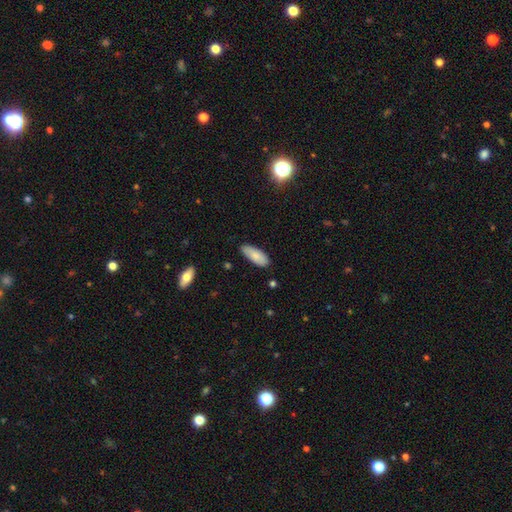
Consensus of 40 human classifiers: smooth_or_featured: smooth (p=0.80) [alt: featured or disk p=0.15]
how_rounded: in between (p=0.81) [alt: cigar-shaped p=0.19]
merging: none (p=0.76) [alt: minor disturbance p=0.18]